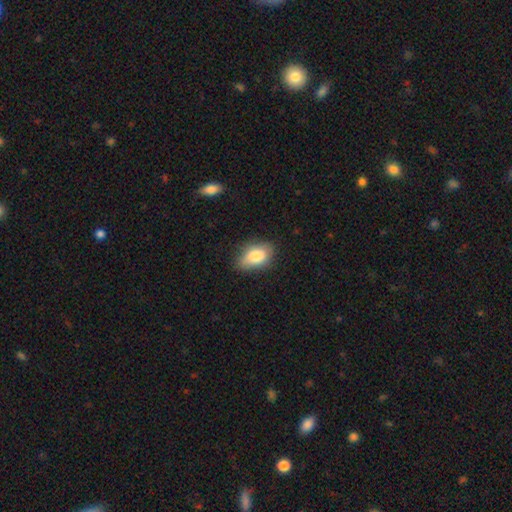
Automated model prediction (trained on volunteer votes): smooth_or_featured: smooth (p=0.82) [alt: featured or disk p=0.10]
how_rounded: in between (p=0.89) [alt: round p=0.08]
merging: none (p=0.71) [alt: minor disturbance p=0.23]